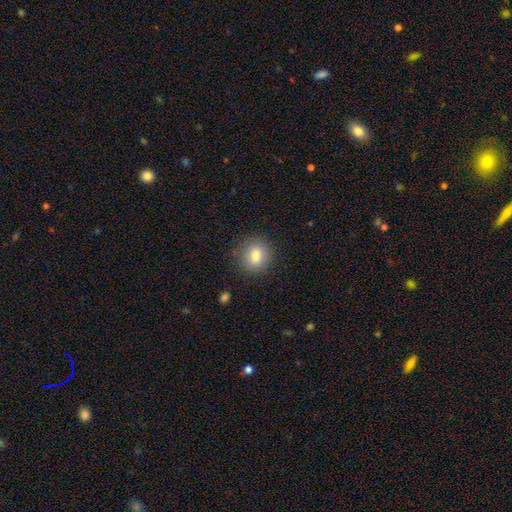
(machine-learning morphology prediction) Smooth or featured?
  - smooth: 80% *
  - featured or disk: 11%
  - star or artifact: 9%
How rounded?
  - round: 76% *
  - in between: 23%
  - cigar-shaped: 1%
Merging?
  - none: 85% *
  - minor disturbance: 10%
  - major disturbance: 3%
  - merger: 1%